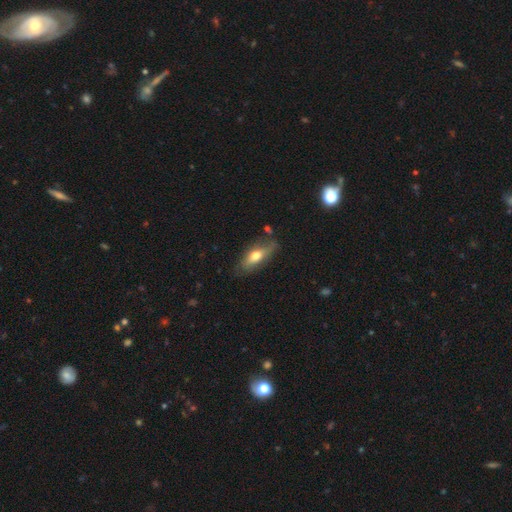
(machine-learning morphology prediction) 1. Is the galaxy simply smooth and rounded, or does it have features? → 60% smooth, 34% featured or disk, 7% star or artifact.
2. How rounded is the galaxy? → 63% in between, 34% cigar-shaped, 4% round.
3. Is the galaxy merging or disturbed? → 73% none, 19% minor disturbance, 4% major disturbance, 3% merger.